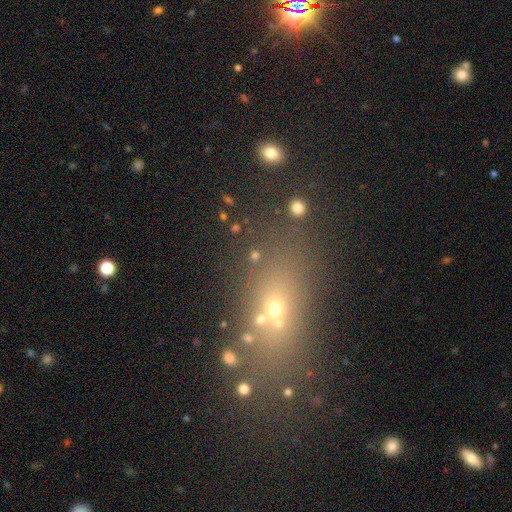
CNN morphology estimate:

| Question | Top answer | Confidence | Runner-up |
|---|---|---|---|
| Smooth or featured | smooth | 50% | star or artifact (33%) |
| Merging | none | 63% | merger (17%) |